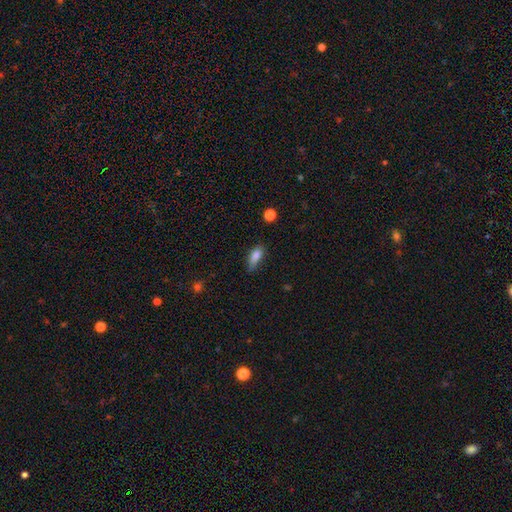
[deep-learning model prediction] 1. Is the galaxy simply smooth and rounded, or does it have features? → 82% smooth, 9% featured or disk, 9% star or artifact.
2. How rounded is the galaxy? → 76% in between, 21% cigar-shaped, 3% round.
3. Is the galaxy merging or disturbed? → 59% none, 31% minor disturbance, 7% major disturbance, 2% merger.